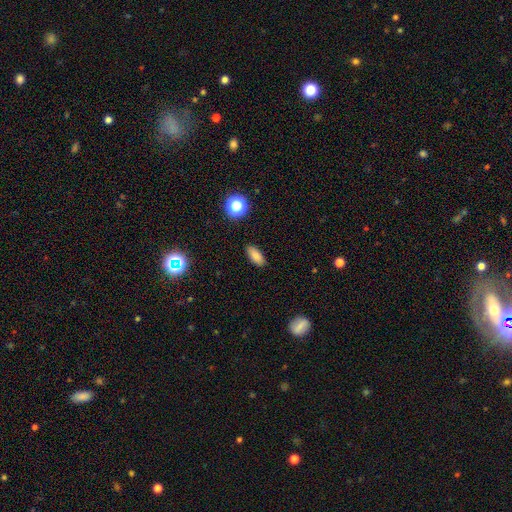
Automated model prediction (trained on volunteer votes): smooth 83%, star or artifact 11%, featured or disk 6%. Down the decision tree: how rounded — in between (84%); merging — none (88%).